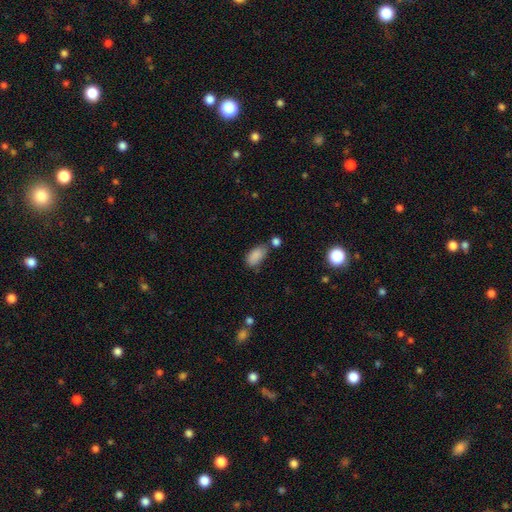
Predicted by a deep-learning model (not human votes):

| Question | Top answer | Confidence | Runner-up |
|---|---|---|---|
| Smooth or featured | smooth | 87% | star or artifact (8%) |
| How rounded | in between | 92% | cigar-shaped (4%) |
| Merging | none | 56% | minor disturbance (23%) |